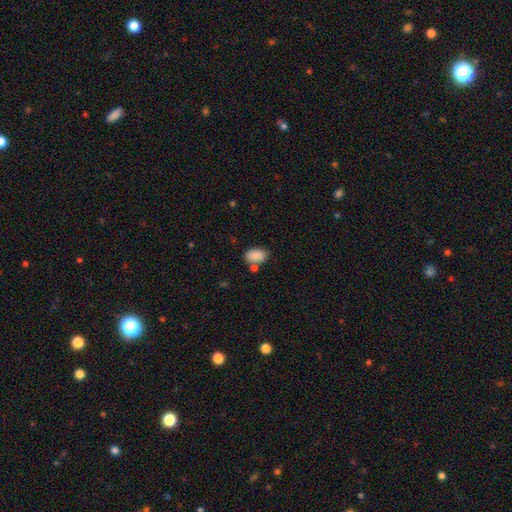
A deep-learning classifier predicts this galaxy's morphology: This is clearly a smooth galaxy (88%). How rounded: clearly in between (88%). Merging: likely none (69%).